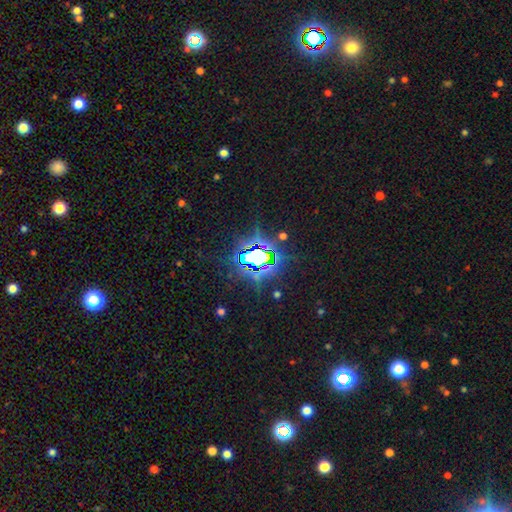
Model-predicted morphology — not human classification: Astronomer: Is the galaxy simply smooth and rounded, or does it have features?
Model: star or artifact — 78%.